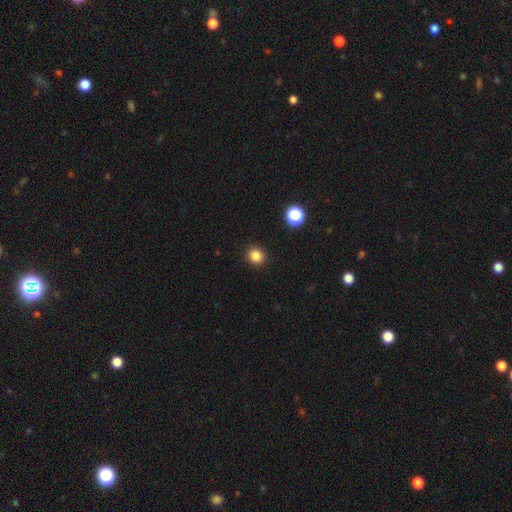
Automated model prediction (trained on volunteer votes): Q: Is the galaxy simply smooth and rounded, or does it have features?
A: smooth — 84%.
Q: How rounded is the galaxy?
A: round — 84%.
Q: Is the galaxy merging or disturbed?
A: none — 92%.